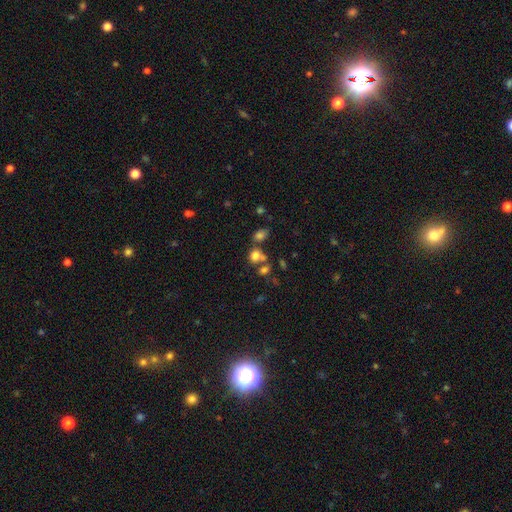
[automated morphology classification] type=smooth (74%); roundness=round (63%); merging=none (45%).